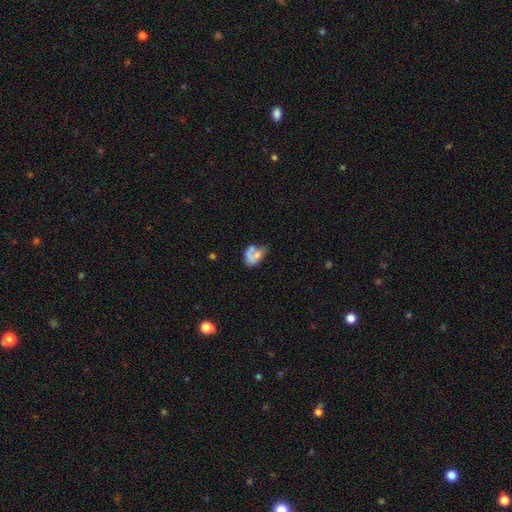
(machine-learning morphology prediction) The model was most divided on "merging": merger: 33%, major disturbance: 24%, none: 23%, minor disturbance: 19%. More confident: how rounded — in between (77%); smooth or featured — smooth (53%).